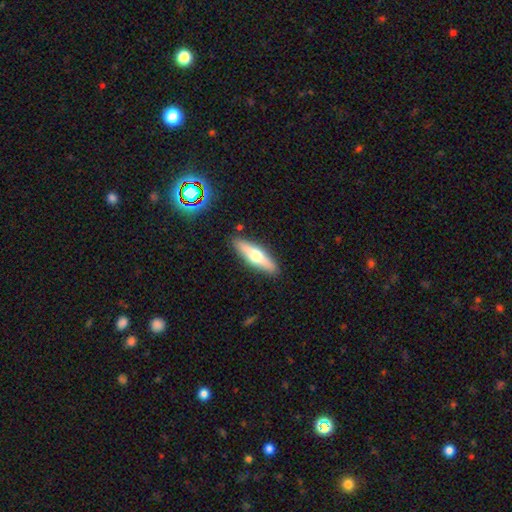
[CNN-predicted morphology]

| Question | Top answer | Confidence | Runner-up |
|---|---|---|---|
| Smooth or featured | smooth | 48% | featured or disk (46%) |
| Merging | none | 88% | minor disturbance (9%) |